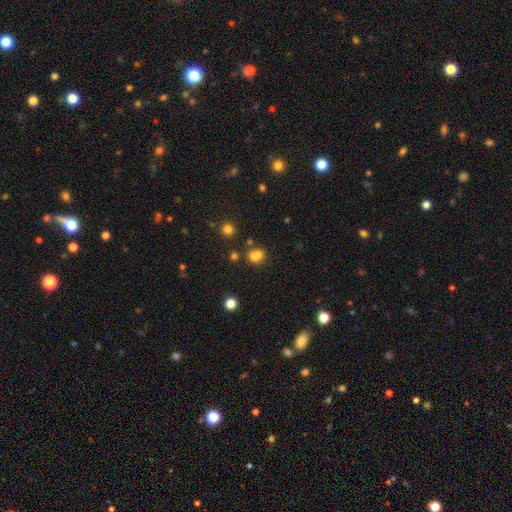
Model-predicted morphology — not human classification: The model was most divided on "merging": none: 43%, merger: 40%, minor disturbance: 11%, major disturbance: 5%. More confident: smooth or featured — smooth (71%); how rounded — round (64%).